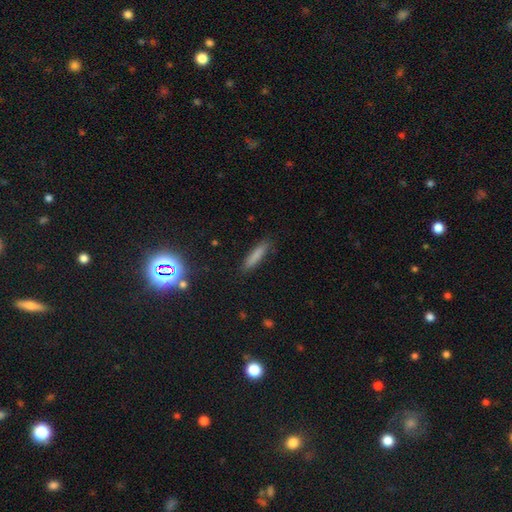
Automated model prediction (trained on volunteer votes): This appears to be a smooth galaxy with no disk features (80%) that is cigar-shaped (83%). Merging: none (85%).